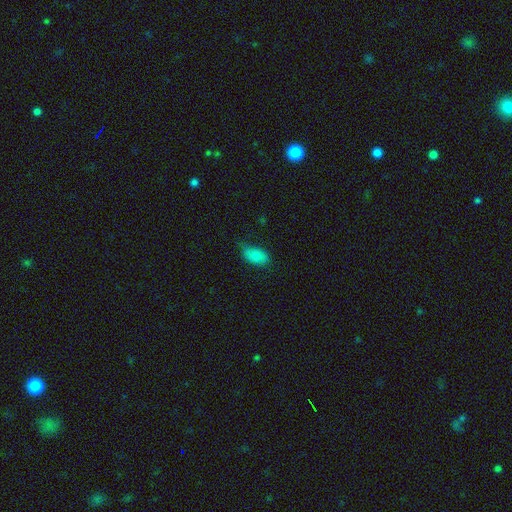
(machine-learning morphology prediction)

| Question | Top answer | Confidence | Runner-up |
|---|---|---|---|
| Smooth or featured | smooth | 80% | featured or disk (12%) |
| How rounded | in between | 91% | round (6%) |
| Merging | none | 59% | minor disturbance (33%) |